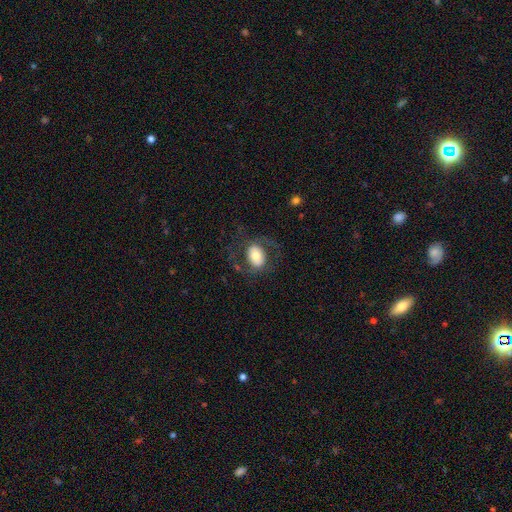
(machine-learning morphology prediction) Overall: smooth (61%; featured or disk 31%). How rounded: in between (73%). Merging: none (63%).